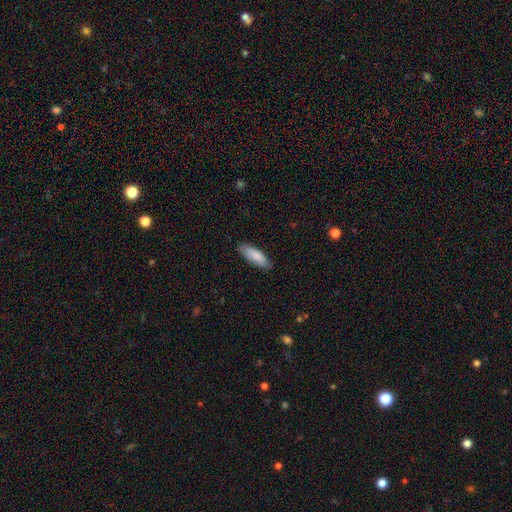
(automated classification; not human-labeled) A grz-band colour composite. It shows a smooth galaxy with no disk features (85%) that is in between round and cigar-shaped (57%). Merging: none (85%).